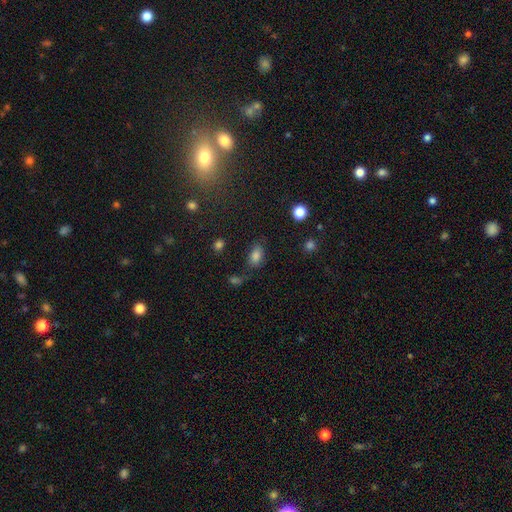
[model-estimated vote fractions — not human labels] Morphology: type=smooth (81%); roundness=in between (86%); merging=none (64%).